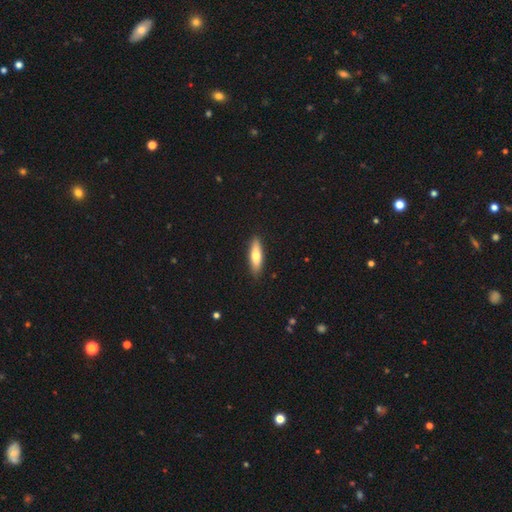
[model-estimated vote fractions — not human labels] smooth 70%, featured or disk 24%, star or artifact 6%. Down the decision tree: how rounded — cigar-shaped (59%); merging — none (88%).